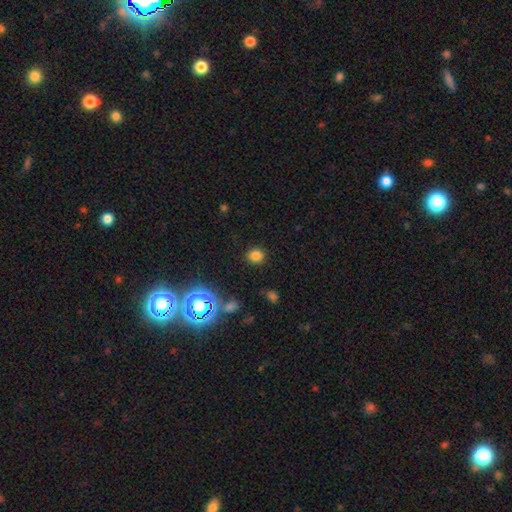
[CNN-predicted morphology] smooth 78%, star or artifact 18%, featured or disk 5%. Down the decision tree: how rounded — round (80%); merging — none (88%).